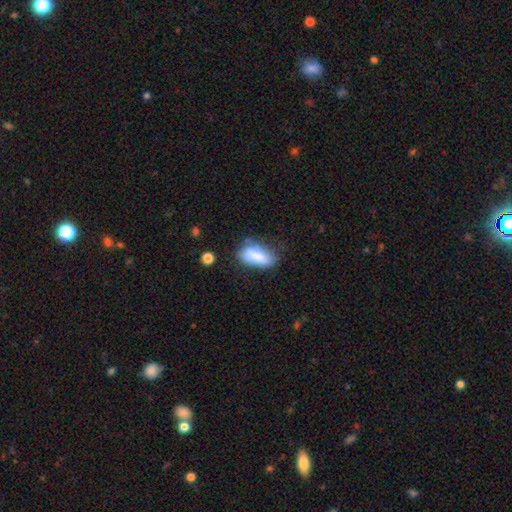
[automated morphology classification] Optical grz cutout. It shows a smooth galaxy with no disk features (77%) that is in between round and cigar-shaped (82%). Merging: none (51%).